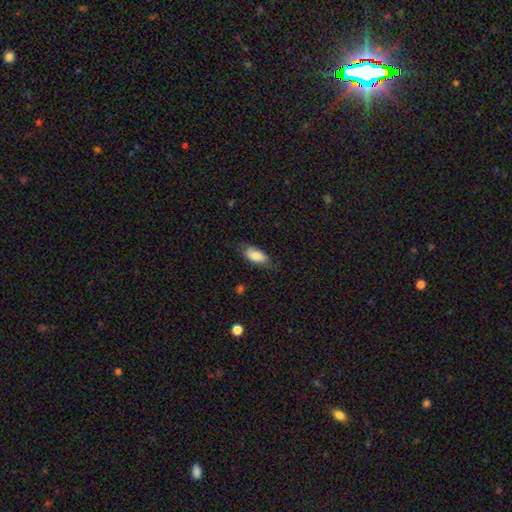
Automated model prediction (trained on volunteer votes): Smooth or featured? Predicted: smooth (p=0.79). How rounded? Predicted: in between (p=0.87). Merging? Predicted: none (p=0.69).